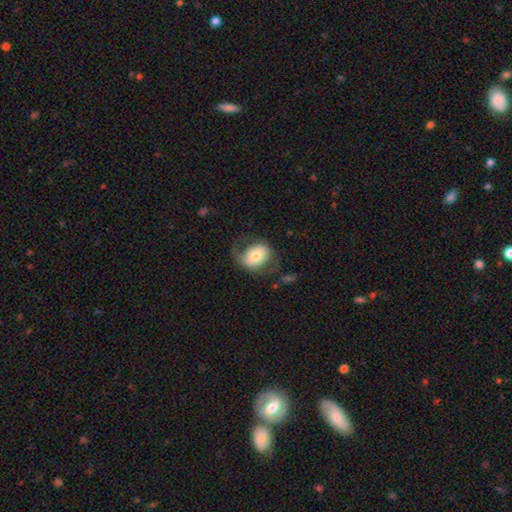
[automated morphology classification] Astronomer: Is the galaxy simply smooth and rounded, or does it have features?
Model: smooth — 52% (runner-up: featured or disk, 41%).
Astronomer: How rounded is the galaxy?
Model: in between — 59% (runner-up: round, 40%).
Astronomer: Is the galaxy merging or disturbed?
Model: none — 52%.